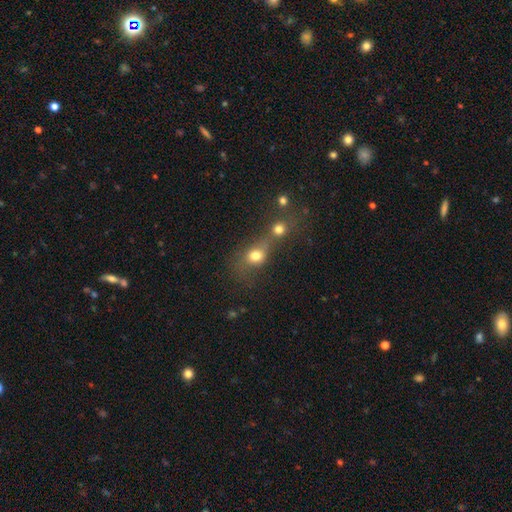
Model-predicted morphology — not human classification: Smooth or featured: smooth — 74% (star or artifact — 15%)
How rounded: round — 68% (in between — 30%)
Merging: merger — 52% (none — 30%)